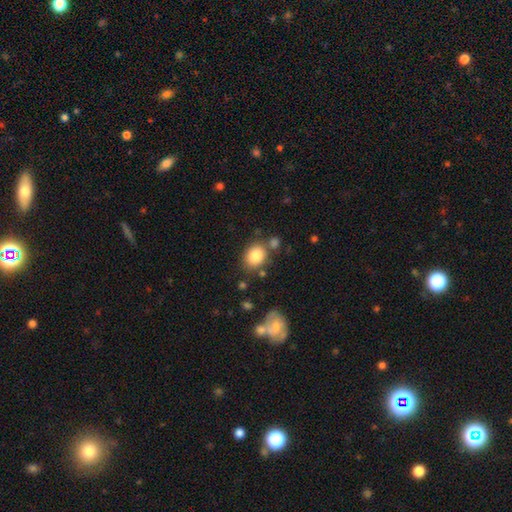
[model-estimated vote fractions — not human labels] smooth-or-featured: smooth: 84% | star or artifact: 8% | featured or disk: 7%
  how-rounded: in between: 53% | round: 46% | cigar-shaped: 1%
  merging: none: 71% | minor disturbance: 14% | merger: 11% | major disturbance: 4%